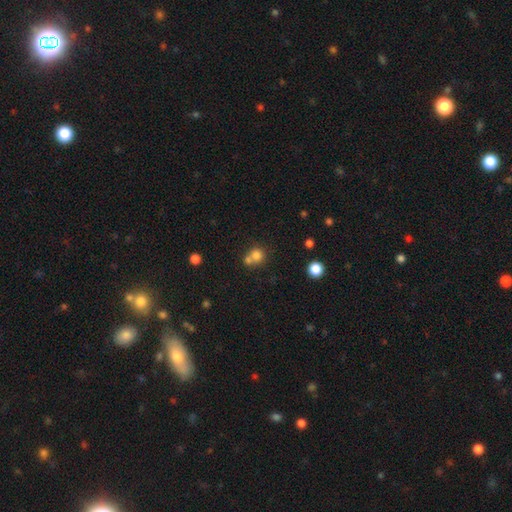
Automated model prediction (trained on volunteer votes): Overall: smooth (77%). How rounded: round (86%). Merging: none (46%; merger 44%).